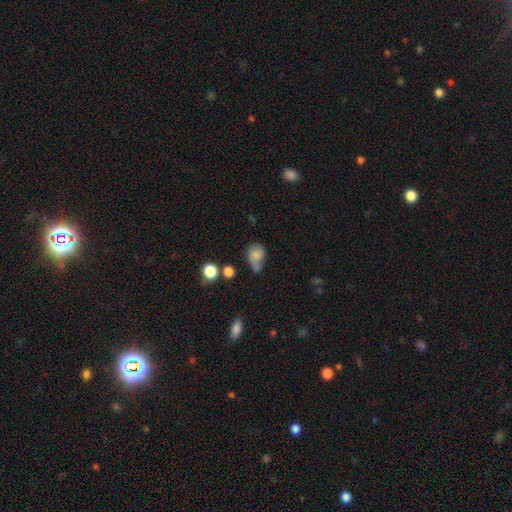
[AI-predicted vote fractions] smooth_or_featured: smooth (p=0.71) [alt: featured or disk p=0.18]
how_rounded: in between (p=0.55) [alt: round p=0.44]
merging: none (p=0.37) [alt: minor disturbance p=0.32]